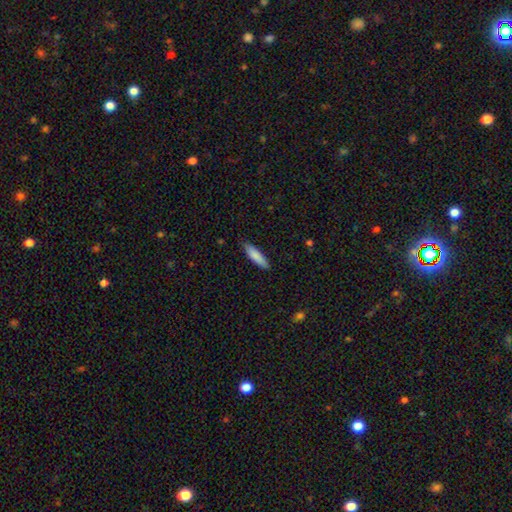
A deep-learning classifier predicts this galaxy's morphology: A smooth galaxy with no disk features (84%) that is cigar-shaped (72%).

Vote fractions:
- Smooth or featured? smooth: 84% / featured or disk: 10% / star or artifact: 6%
- How rounded? cigar-shaped: 72% / in between: 27% / round: 1%
- Merging? none: 86% / minor disturbance: 11% / major disturbance: 2% / merger: 1%